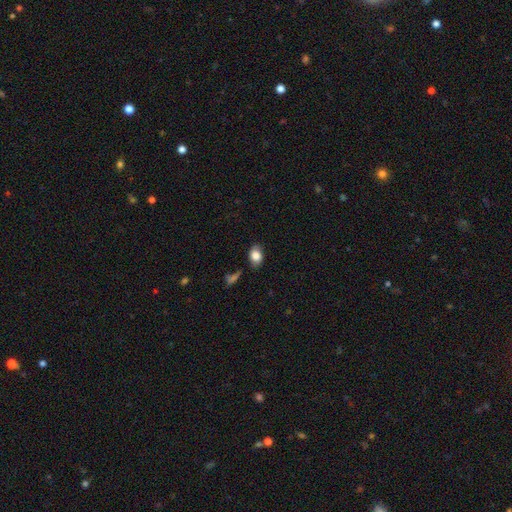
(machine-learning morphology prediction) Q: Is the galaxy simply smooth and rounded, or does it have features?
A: smooth — 81%.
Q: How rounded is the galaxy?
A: in between — 80%.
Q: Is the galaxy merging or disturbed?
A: none — 73%.